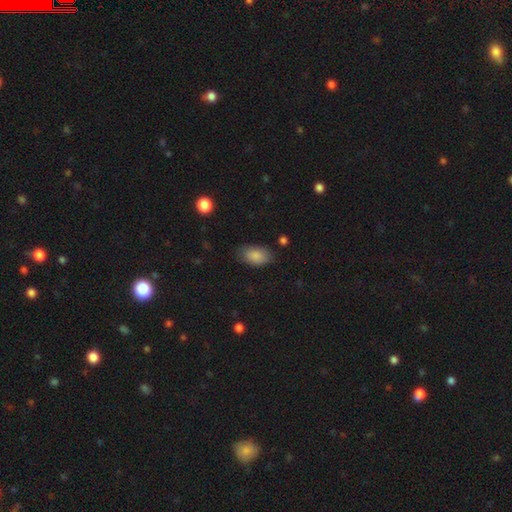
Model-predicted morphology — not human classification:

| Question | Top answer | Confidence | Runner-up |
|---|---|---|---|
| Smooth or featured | smooth | 87% | star or artifact (7%) |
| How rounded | in between | 92% | round (6%) |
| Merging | none | 77% | minor disturbance (17%) |